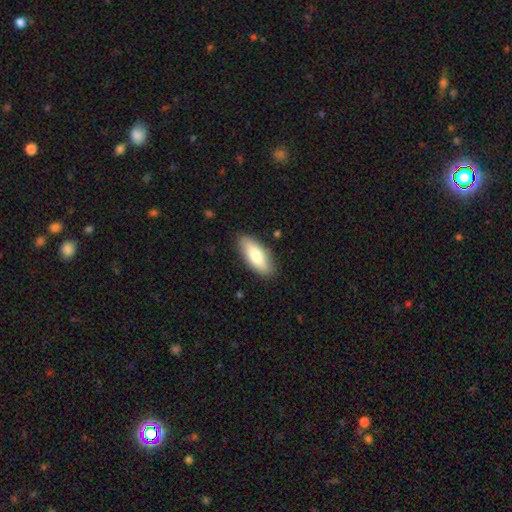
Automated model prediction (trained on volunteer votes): smooth 77%, featured or disk 17%, star or artifact 6%. Down the decision tree: how rounded — in between (78%); merging — none (87%).